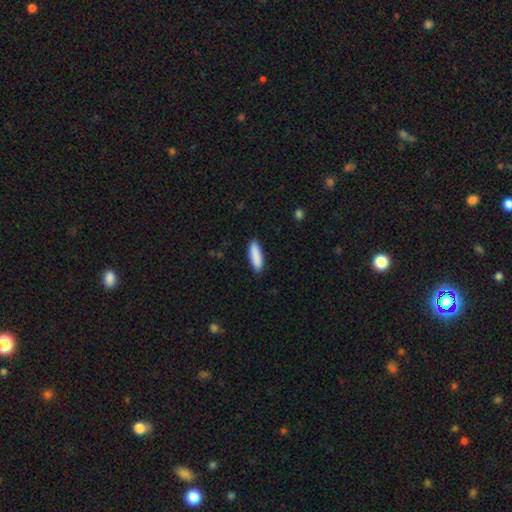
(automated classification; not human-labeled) Smooth or featured?
  - smooth: 89% *
  - star or artifact: 6%
  - featured or disk: 5%
How rounded?
  - cigar-shaped: 55% *
  - in between: 44%
  - round: 2%
Merging?
  - none: 89% *
  - minor disturbance: 9%
  - major disturbance: 2%
  - merger: 1%